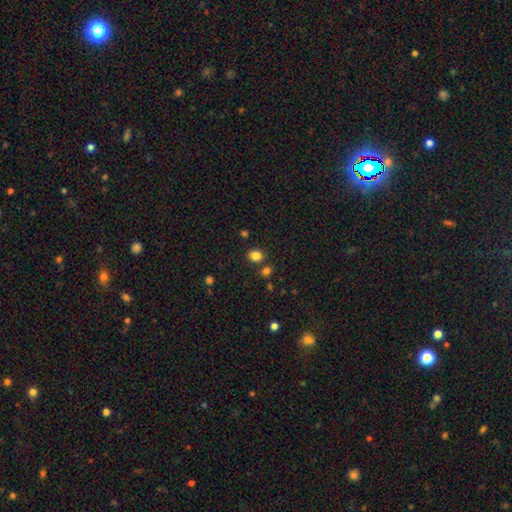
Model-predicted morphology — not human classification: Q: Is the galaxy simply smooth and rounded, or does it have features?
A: smooth — 83%.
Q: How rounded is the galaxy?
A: in between — 52%.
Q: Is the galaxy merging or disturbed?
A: none — 79%.